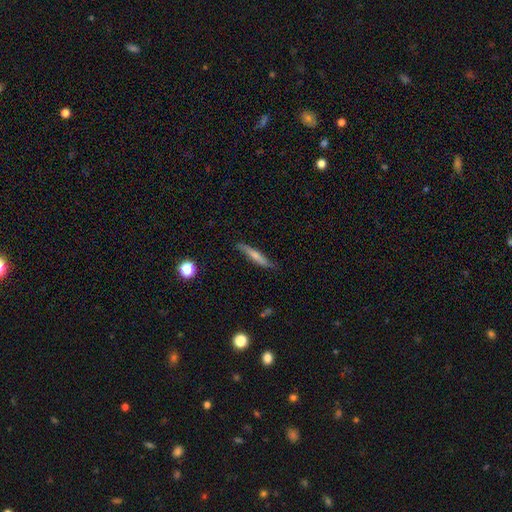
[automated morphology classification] This appears to be a smooth galaxy with no disk features (60%) that is cigar-shaped (92%). Merging: none (81%).